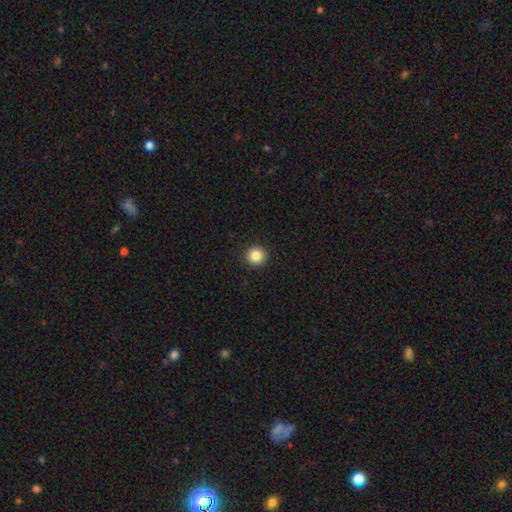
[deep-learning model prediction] The model was most divided on "smooth or featured": smooth: 85%, star or artifact: 10%, featured or disk: 5%. More confident: how rounded — round (94%); merging — none (93%).